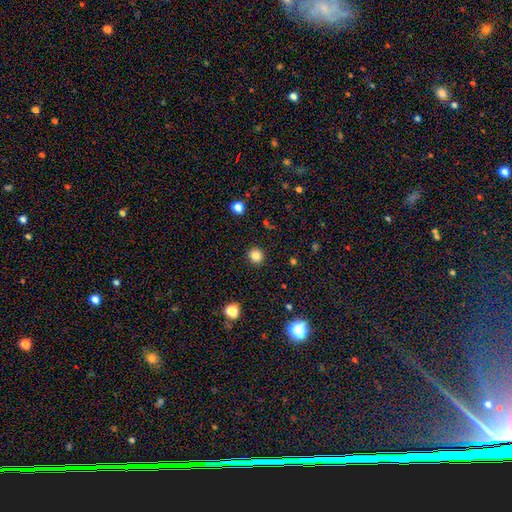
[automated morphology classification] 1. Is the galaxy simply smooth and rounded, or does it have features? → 82% smooth, 13% star or artifact, 5% featured or disk.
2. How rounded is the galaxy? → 92% round, 7% in between, 1% cigar-shaped.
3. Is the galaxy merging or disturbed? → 92% none, 5% minor disturbance, 2% major disturbance, 1% merger.